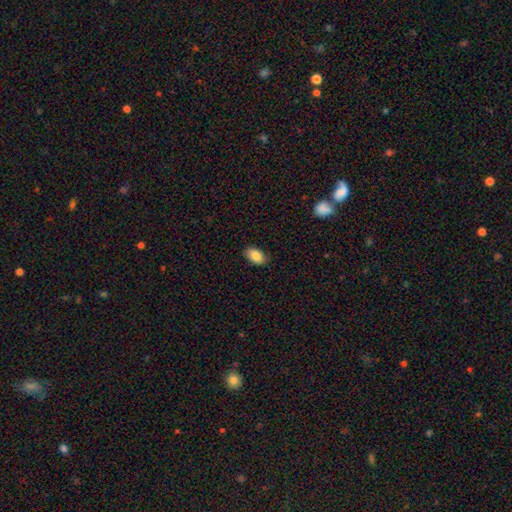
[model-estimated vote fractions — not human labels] Morphology: type=smooth (86%); roundness=in between (91%); merging=none (85%).